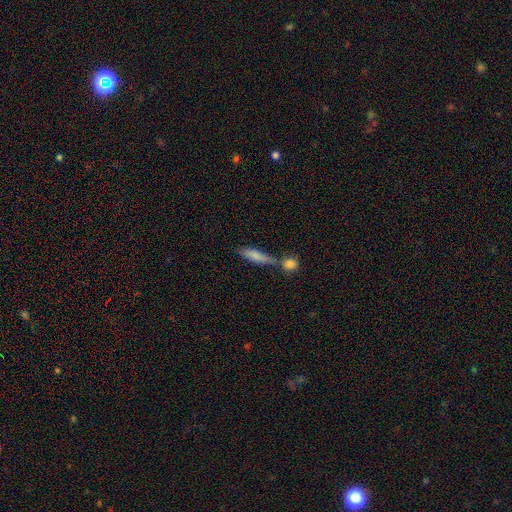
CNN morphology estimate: The model was most divided on "merging": none: 47%, merger: 34%, minor disturbance: 13%, major disturbance: 5%. More confident: smooth or featured — smooth (77%); how rounded — cigar-shaped (62%).